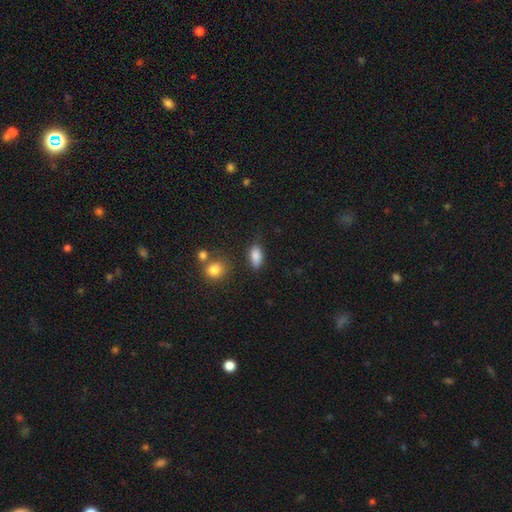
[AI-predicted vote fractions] smooth_or_featured: smooth (p=0.86) [alt: star or artifact p=0.09]
how_rounded: in between (p=0.87) [alt: cigar-shaped p=0.07]
merging: none (p=0.74) [alt: minor disturbance p=0.18]